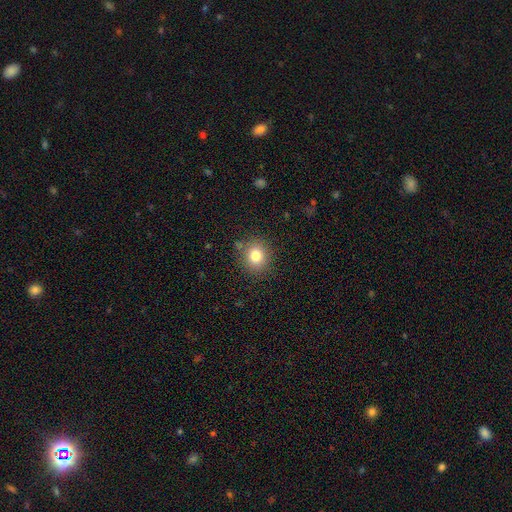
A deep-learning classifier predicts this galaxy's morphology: smooth_or_featured: smooth (p=0.80) [alt: star or artifact p=0.12]
how_rounded: round (p=0.79) [alt: in between p=0.20]
merging: none (p=0.85) [alt: minor disturbance p=0.10]